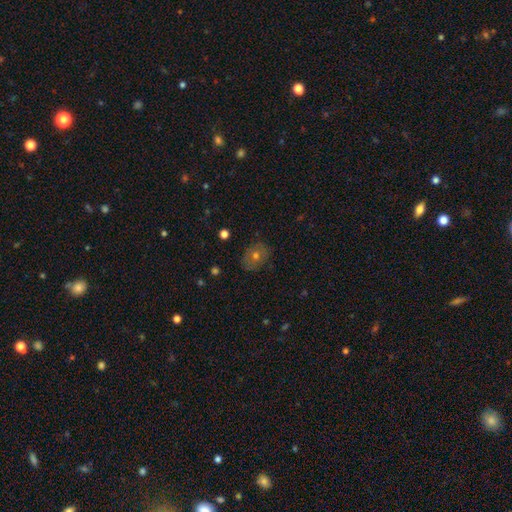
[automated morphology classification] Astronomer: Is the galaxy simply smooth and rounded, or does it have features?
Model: smooth — 55%.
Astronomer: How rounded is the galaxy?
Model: round — 57% (runner-up: in between, 42%).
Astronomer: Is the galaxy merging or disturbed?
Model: none — 81%.